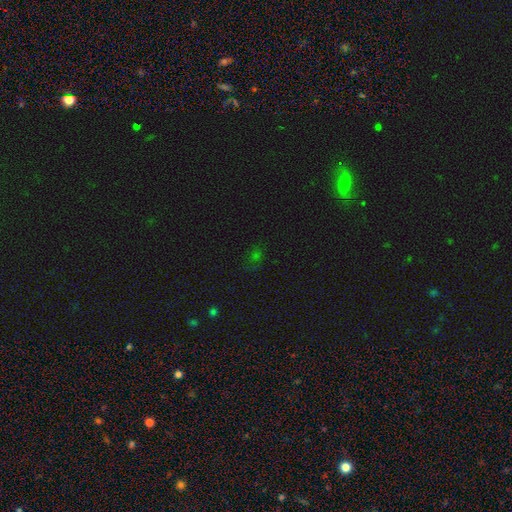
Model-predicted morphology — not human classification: The model was most divided on "smooth or featured": star or artifact: 55%, smooth: 34%, featured or disk: 11%.